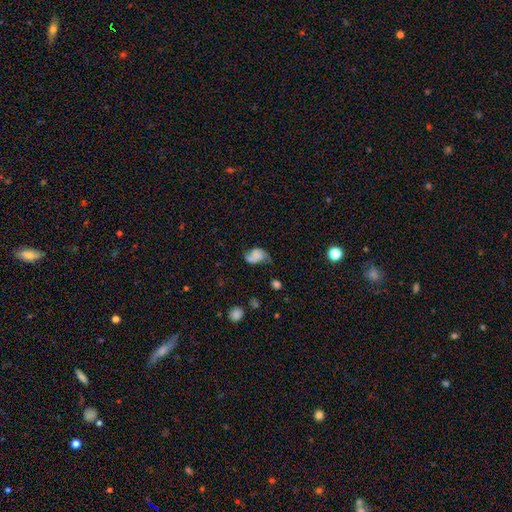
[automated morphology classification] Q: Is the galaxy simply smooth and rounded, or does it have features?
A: smooth — 53%.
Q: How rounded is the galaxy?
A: in between — 80%.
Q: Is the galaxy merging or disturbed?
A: none — 38%.